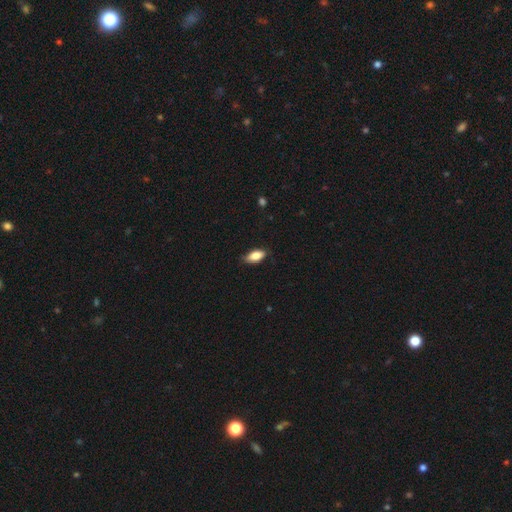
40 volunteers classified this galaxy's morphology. smooth_or_featured: smooth (p=0.85) [alt: star or artifact p=0.10]
how_rounded: in between (p=0.94) [alt: round p=0.03]
merging: none (p=0.83) [alt: minor disturbance p=0.14]